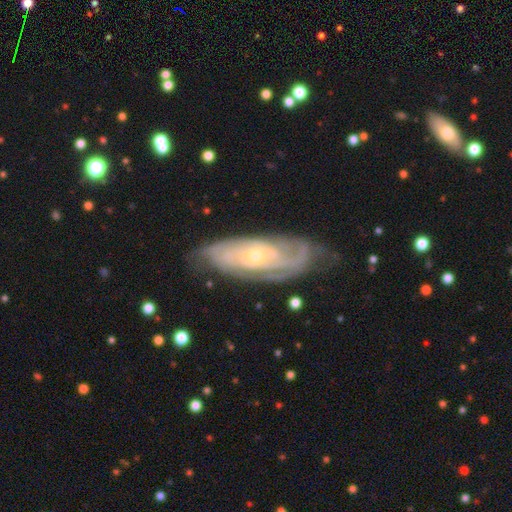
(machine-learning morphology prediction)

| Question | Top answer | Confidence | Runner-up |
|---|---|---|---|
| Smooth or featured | featured or disk | 83% | smooth (11%) |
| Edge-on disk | no | 88% | yes (12%) |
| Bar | no | 72% | weak (22%) |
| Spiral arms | yes | 94% | no (6%) |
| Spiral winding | tight | 71% | medium (23%) |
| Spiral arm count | can't tell | 44% | 2 (23%) |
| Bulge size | small | 73% | moderate (23%) |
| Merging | none | 70% | minor disturbance (21%) |